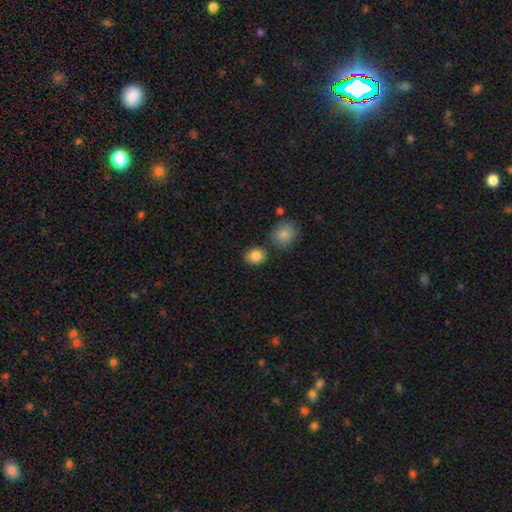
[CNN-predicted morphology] smooth 85%, star or artifact 9%, featured or disk 6%. Down the decision tree: how rounded — round (59%); merging — none (78%).